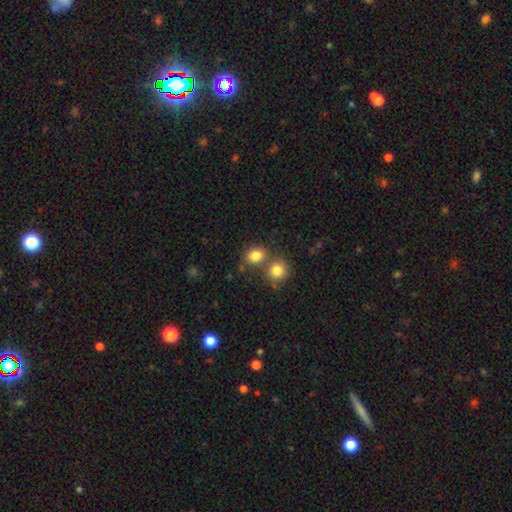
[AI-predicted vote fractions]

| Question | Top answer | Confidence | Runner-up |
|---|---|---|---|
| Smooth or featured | smooth | 82% | star or artifact (11%) |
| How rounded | round | 61% | in between (37%) |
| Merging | none | 56% | merger (31%) |